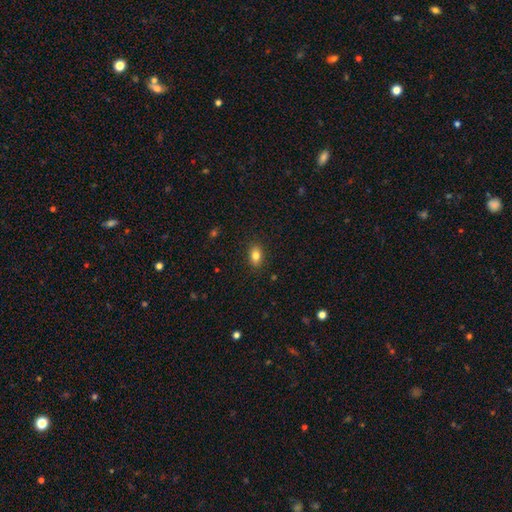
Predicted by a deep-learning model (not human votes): Smooth or featured? smooth (82%)
How rounded? in between (83%)
Merging? none (88%)